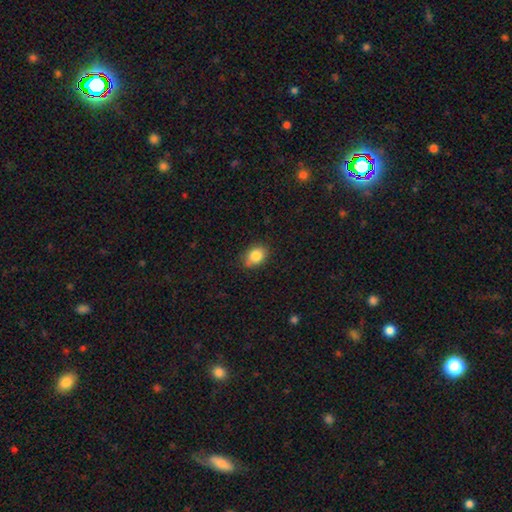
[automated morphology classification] type=smooth (84%); roundness=in between (68%); merging=none (81%).